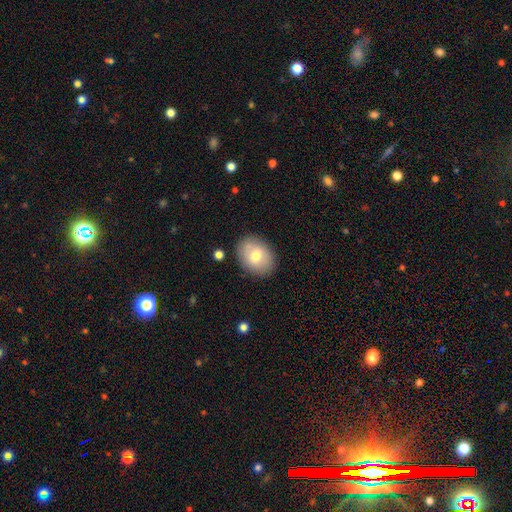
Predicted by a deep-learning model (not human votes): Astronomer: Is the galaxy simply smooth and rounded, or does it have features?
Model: smooth — 72%.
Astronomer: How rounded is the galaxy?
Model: in between — 67%.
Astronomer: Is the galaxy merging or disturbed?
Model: none — 85%.